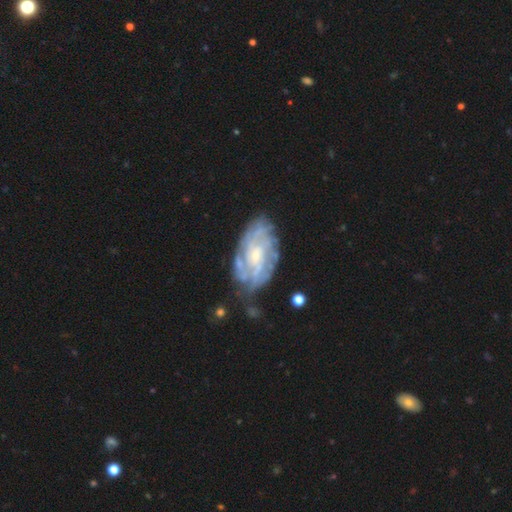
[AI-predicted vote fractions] smooth-or-featured: featured or disk: 81% | smooth: 13% | star or artifact: 6%
  disk-edge-on: no: 96% | yes: 4%
    bar: no: 65% | weak: 29% | strong: 6%
    has-spiral-arms: yes: 88% | no: 12%
      spiral-winding: tight: 65% | medium: 27% | loose: 8%
      spiral-arm-count: can't tell: 52% | 4: 14% | 3: 10% | 2: 10% | more than 4: 9% | 1: 5%
    bulge-size: small: 62% | moderate: 31% | none: 4% | large: 2% | dominant: 1%
  merging: none: 66% | minor disturbance: 21% | major disturbance: 9% | merger: 4%